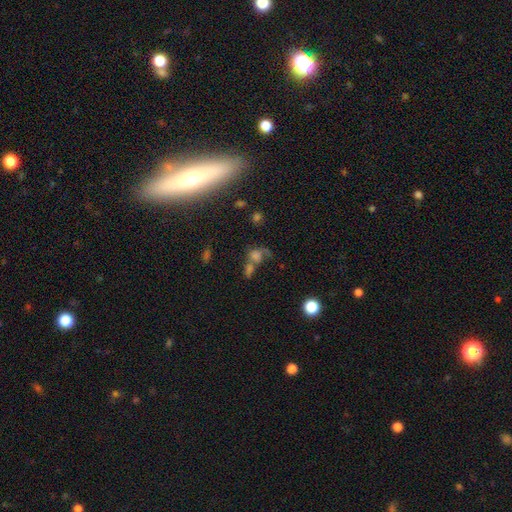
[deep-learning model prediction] A smooth galaxy with no disk features (48%). Merging: merger (45%).